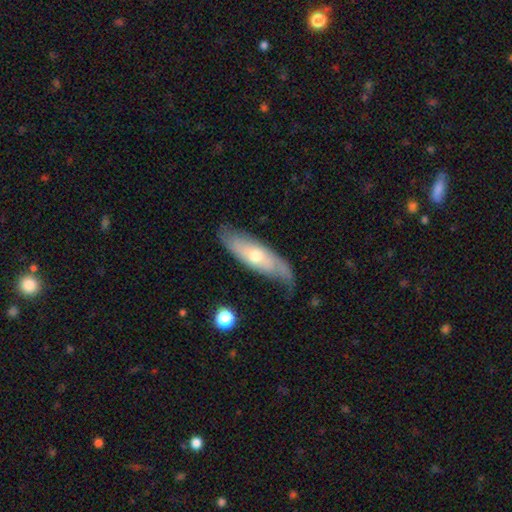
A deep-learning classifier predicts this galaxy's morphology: Smooth or featured?
  - featured or disk: 55% *
  - smooth: 39%
  - star or artifact: 6%
Edge-on disk?
  - no: 66% *
  - yes: 34%
Merging?
  - none: 61% *
  - minor disturbance: 28%
  - major disturbance: 9%
  - merger: 2%